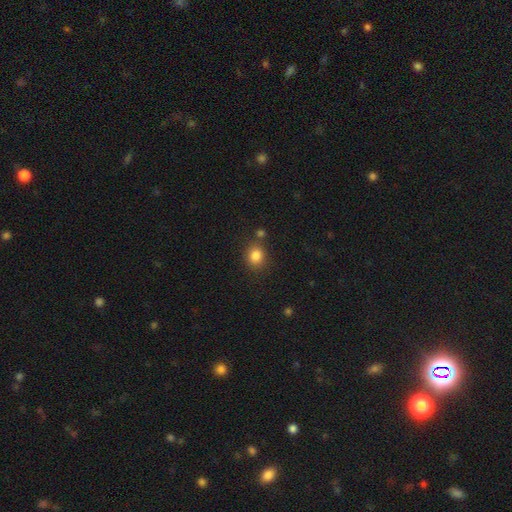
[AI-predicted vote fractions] Smooth or featured? smooth (83%)
How rounded? round (67%)
Merging? none (77%)